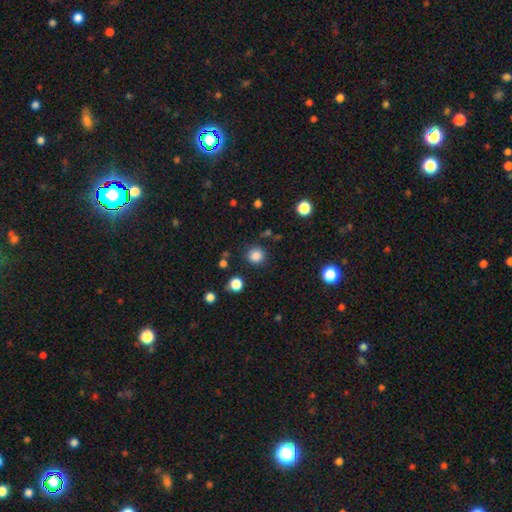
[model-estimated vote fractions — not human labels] Smooth or featured: smooth — 84% (star or artifact — 13%)
How rounded: round — 92% (in between — 7%)
Merging: none — 86% (minor disturbance — 8%)